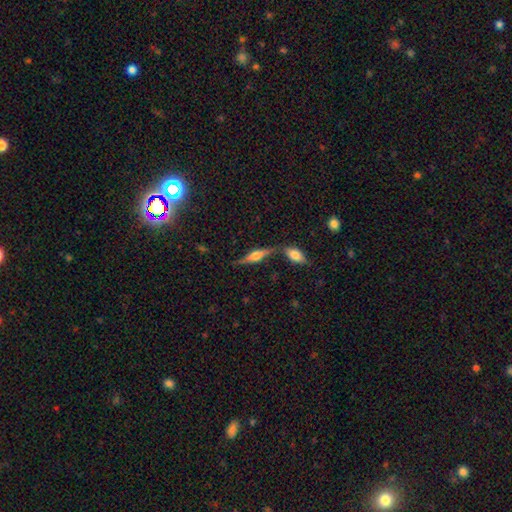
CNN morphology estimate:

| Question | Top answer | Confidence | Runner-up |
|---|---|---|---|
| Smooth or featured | featured or disk | 65% | smooth (27%) |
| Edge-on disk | yes | 95% | no (5%) |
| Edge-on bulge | rounded | 87% | boxy (10%) |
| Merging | none | 70% | merger (15%) |